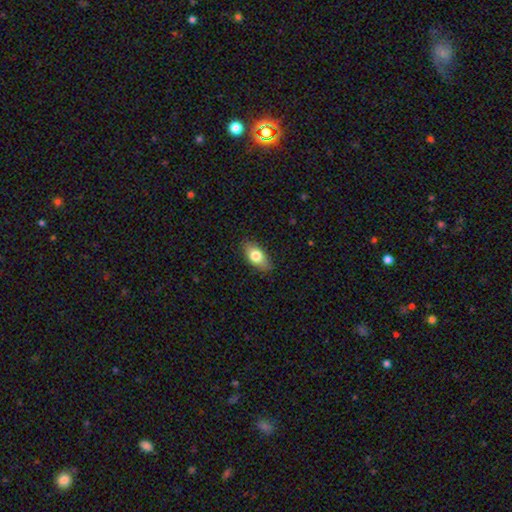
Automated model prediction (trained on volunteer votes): This is likely a smooth galaxy (77%). How rounded: clearly in between (87%). Merging: clearly none (86%).